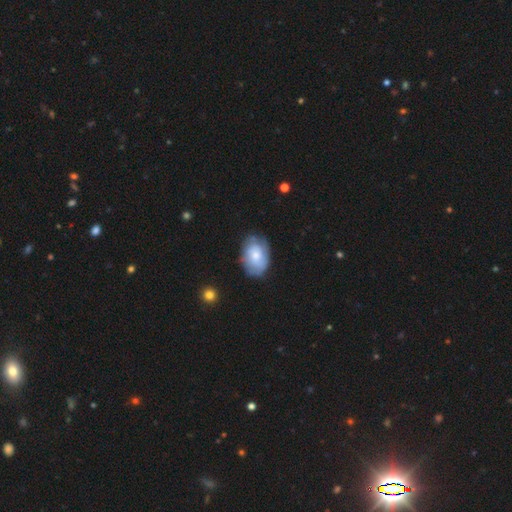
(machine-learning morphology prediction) A smooth galaxy with no disk features (54%) that is in between round and cigar-shaped (81%). Merging: none (67%).